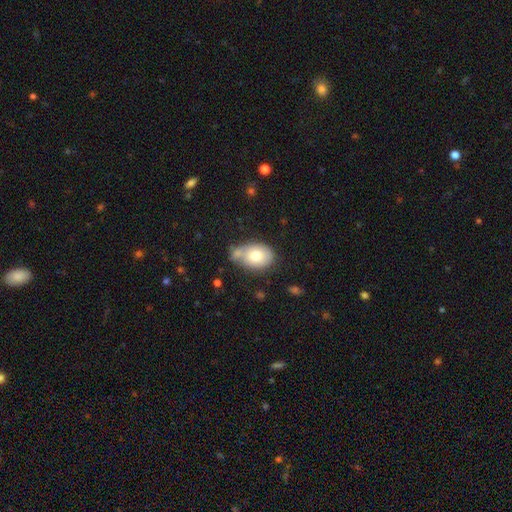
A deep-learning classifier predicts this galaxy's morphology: Smooth or featured? Predicted: smooth (p=0.75). How rounded? Predicted: in between (p=0.76). Merging? Predicted: none (p=0.48).